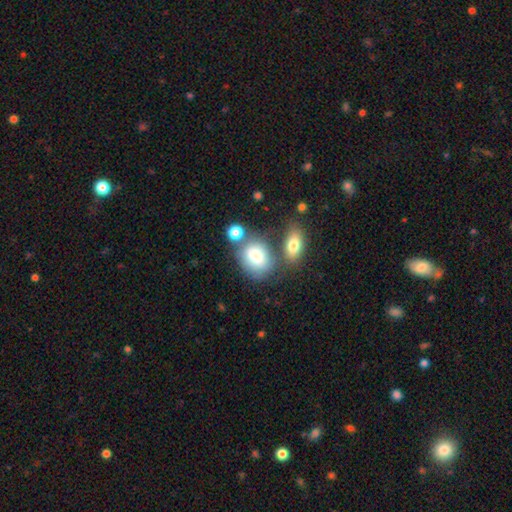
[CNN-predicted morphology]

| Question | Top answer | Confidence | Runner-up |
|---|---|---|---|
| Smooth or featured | smooth | 79% | featured or disk (13%) |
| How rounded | in between | 65% | round (33%) |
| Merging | none | 51% | merger (27%) |